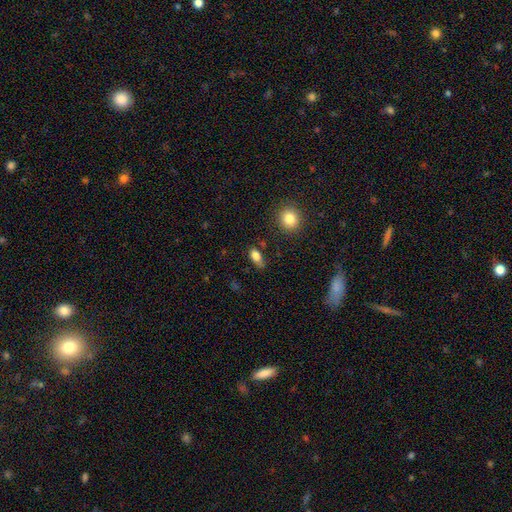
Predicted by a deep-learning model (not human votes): smooth 82%, featured or disk 9%, star or artifact 9%. Down the decision tree: how rounded — in between (83%); merging — none (68%).